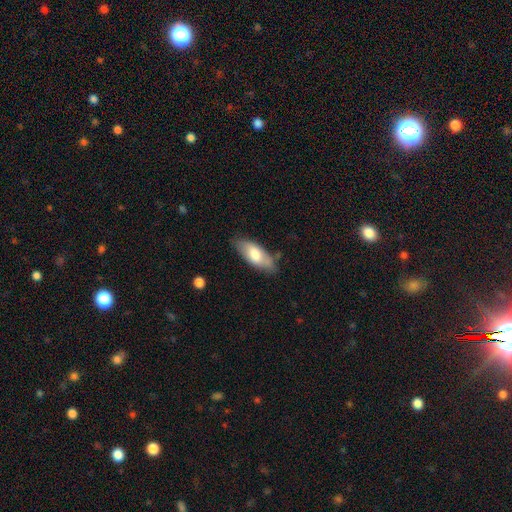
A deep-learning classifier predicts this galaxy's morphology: type=smooth (72%); roundness=in between (80%); merging=none (74%).